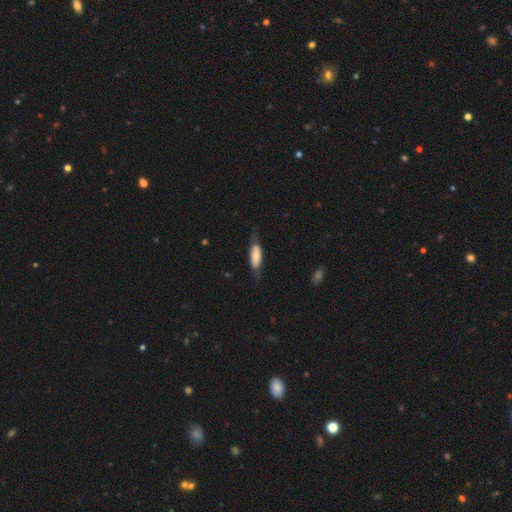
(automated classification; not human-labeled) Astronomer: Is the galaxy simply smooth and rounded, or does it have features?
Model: smooth — 65%.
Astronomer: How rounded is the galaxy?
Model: in between — 62%.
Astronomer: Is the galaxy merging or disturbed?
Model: none — 66%.